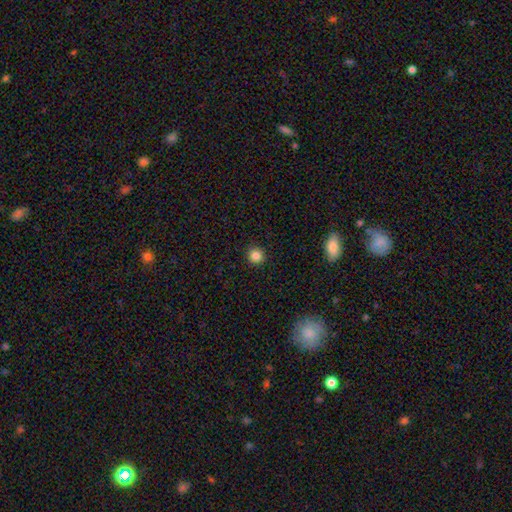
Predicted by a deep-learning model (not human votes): This is clearly a smooth galaxy (85%). How rounded: clearly round (93%). Merging: clearly none (92%).